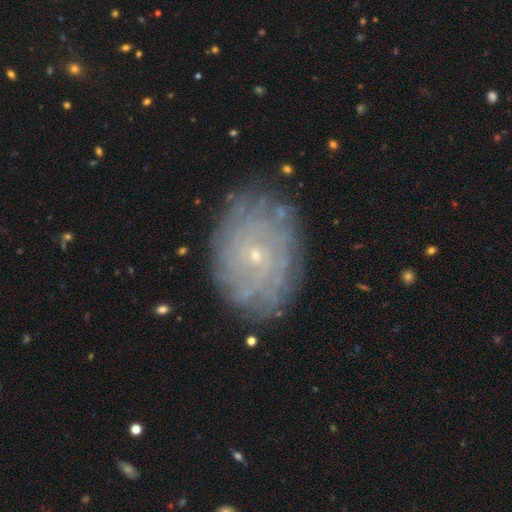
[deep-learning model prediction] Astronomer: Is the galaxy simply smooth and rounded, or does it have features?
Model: featured or disk — 70%.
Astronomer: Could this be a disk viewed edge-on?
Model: no — 96%.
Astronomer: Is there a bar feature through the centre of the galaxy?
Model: no — 87%.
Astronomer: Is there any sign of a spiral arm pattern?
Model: yes — 81%.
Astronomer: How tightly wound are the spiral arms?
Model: tight — 77%.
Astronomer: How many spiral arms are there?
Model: can't tell — 49%.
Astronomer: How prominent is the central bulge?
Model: small — 89%.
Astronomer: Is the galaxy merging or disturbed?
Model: none — 83%.